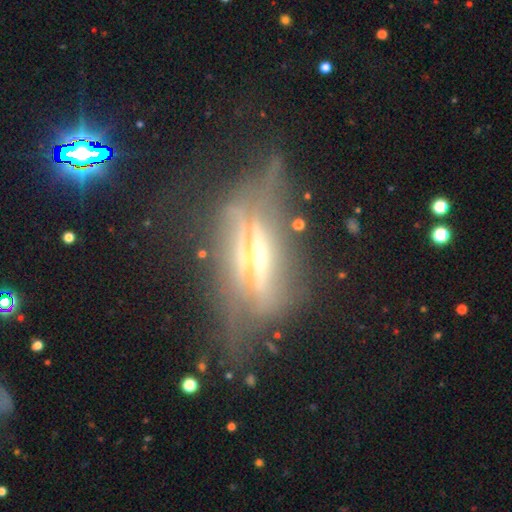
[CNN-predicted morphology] The model was most divided on "merging": none: 50%, major disturbance: 25%, minor disturbance: 22%, merger: 3%. More confident: edge-on disk — yes (82%); edge-on bulge — rounded (79%); smooth or featured — featured or disk (78%).